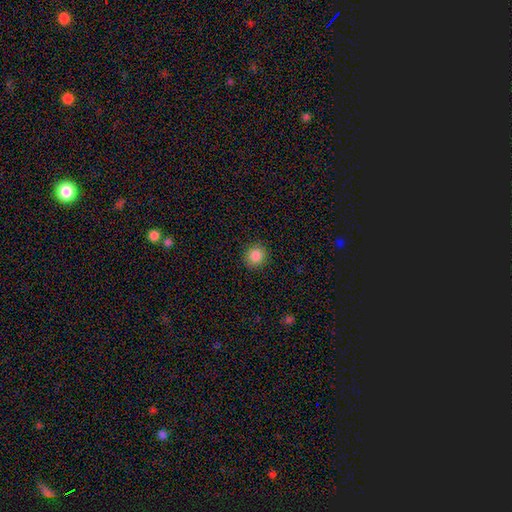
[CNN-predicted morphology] smooth_or_featured: smooth (p=0.87) [alt: star or artifact p=0.10]
how_rounded: round (p=0.87) [alt: in between p=0.12]
merging: none (p=0.90) [alt: minor disturbance p=0.06]